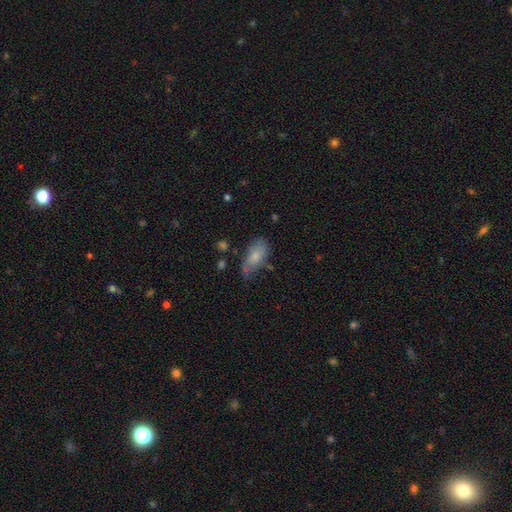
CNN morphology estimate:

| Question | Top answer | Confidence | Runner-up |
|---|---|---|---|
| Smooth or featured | smooth | 70% | featured or disk (23%) |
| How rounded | in between | 87% | cigar-shaped (10%) |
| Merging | none | 49% | minor disturbance (33%) |